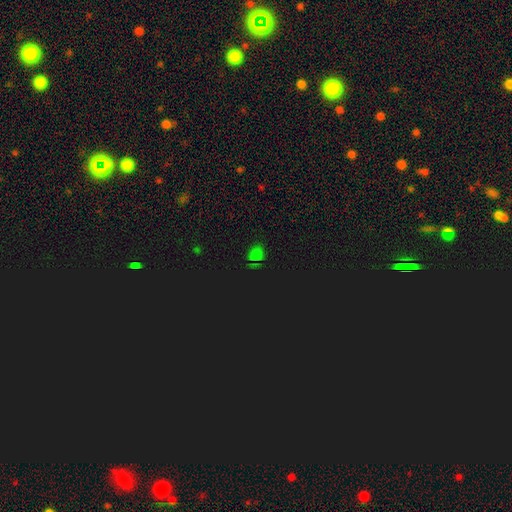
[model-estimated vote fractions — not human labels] This appears to be a star or artifact, not a galaxy (53%).